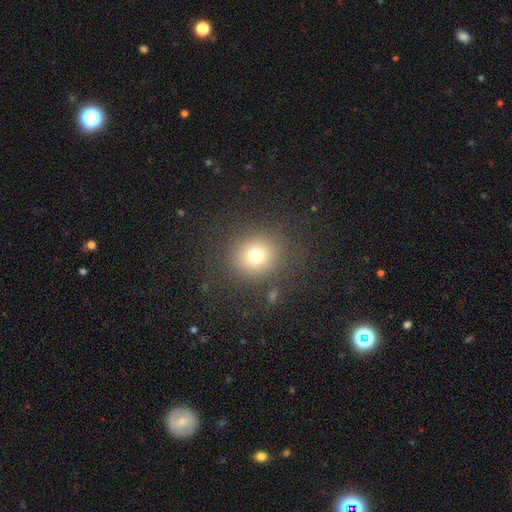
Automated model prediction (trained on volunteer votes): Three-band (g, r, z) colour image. It shows a smooth galaxy with no disk features (73%) that is round (87%). Merging: none (85%).